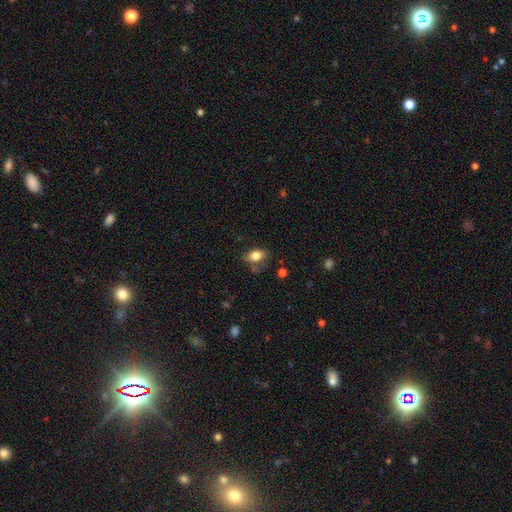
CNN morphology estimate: Overall: smooth (81%). How rounded: in between (82%). Merging: none (66%).